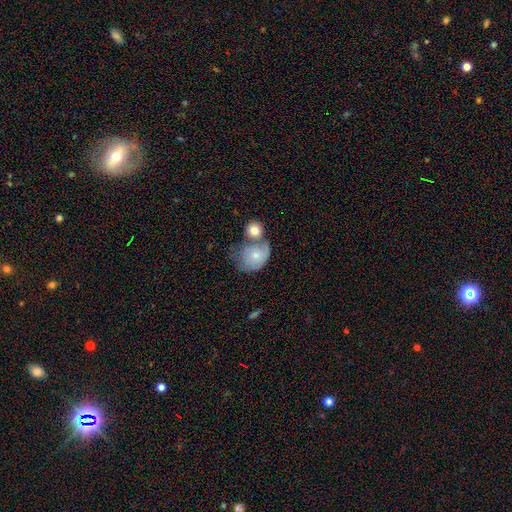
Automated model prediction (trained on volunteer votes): smooth 65%, featured or disk 28%, star or artifact 7%. Down the decision tree: how rounded — round (55%); merging — merger (44%).